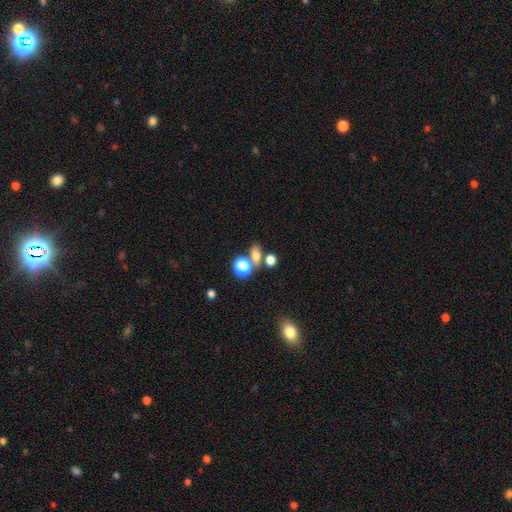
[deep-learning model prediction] Smooth or featured? Predicted: smooth (p=0.70). How rounded? Predicted: in between (p=0.64). Merging? Predicted: none (p=0.59).